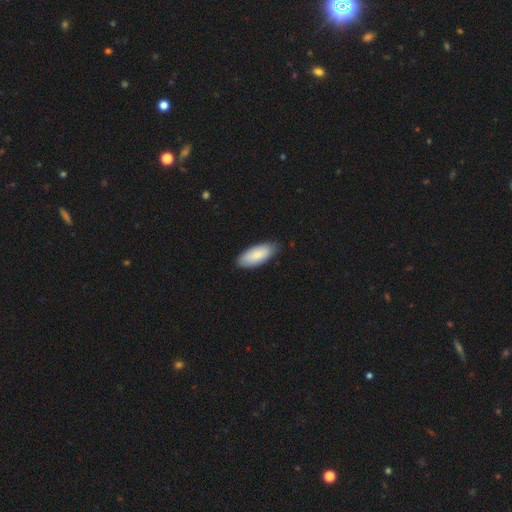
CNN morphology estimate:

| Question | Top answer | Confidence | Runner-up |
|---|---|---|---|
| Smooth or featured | smooth | 86% | featured or disk (9%) |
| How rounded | in between | 87% | cigar-shaped (12%) |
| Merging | none | 84% | minor disturbance (13%) |